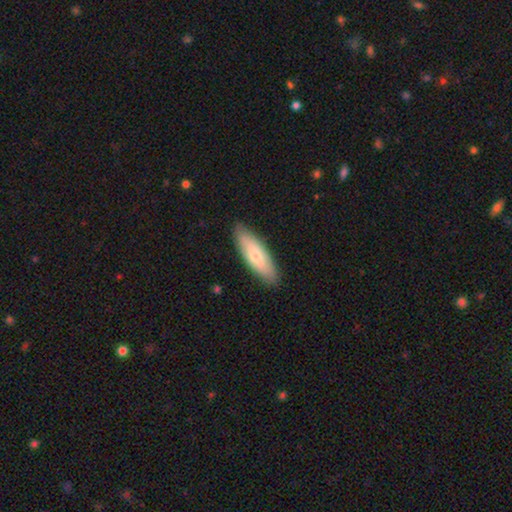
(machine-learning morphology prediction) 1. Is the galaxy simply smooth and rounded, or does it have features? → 66% smooth, 29% featured or disk, 5% star or artifact.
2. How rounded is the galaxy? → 52% in between, 46% cigar-shaped, 2% round.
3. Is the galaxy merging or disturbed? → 86% none, 11% minor disturbance, 2% major disturbance, 1% merger.